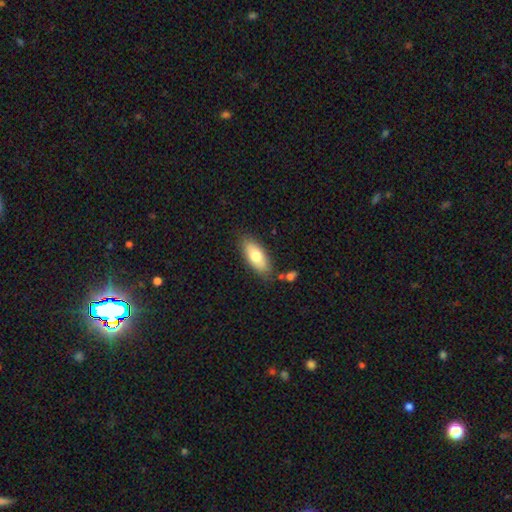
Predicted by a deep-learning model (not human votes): Q: Smooth or featured?
A: smooth (73%); runner-up: featured or disk (20%)
Q: How rounded?
A: in between (80%); runner-up: cigar-shaped (18%)
Q: Merging?
A: none (80%); runner-up: minor disturbance (13%)